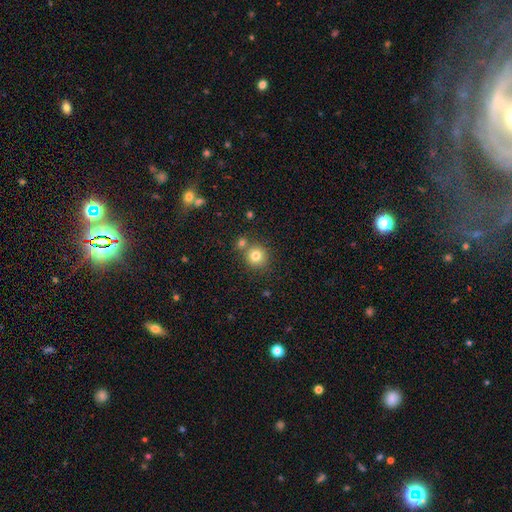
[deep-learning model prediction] Q: Smooth or featured?
A: smooth (80%); runner-up: star or artifact (12%)
Q: How rounded?
A: round (91%); runner-up: in between (8%)
Q: Merging?
A: none (71%); runner-up: merger (18%)